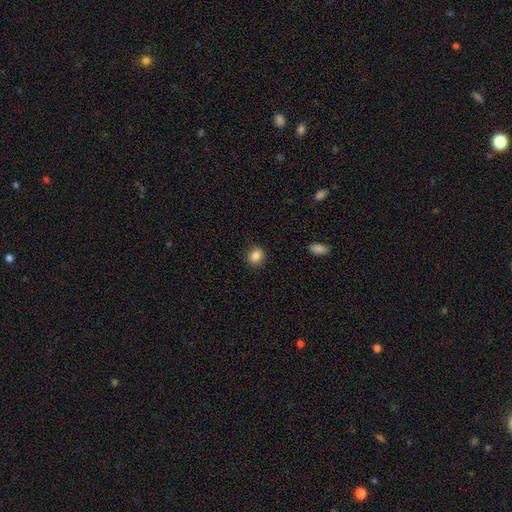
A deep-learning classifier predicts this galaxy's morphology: type=smooth (86%); roundness=round (62%); merging=none (87%).